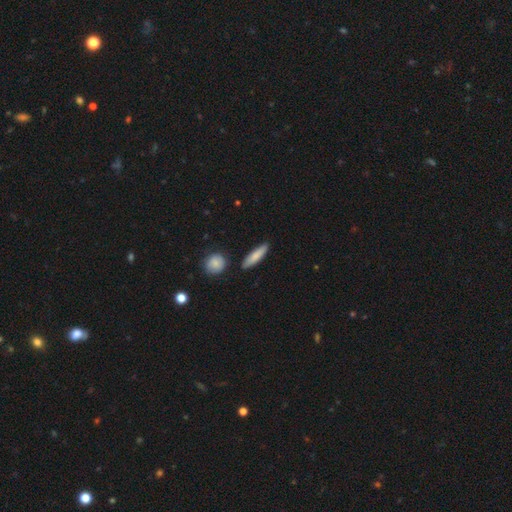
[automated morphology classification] Overall: smooth (79%). How rounded: cigar-shaped (77%). Merging: none (85%).